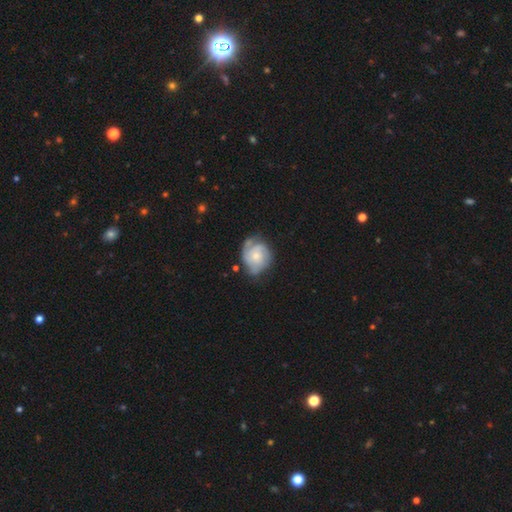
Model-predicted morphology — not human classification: A featured or disk galaxy (72%) with no bar (76%), 2 (35%) tight (57%) spiral arms (91%) and a small central bulge (55%). Merging: none (57%).